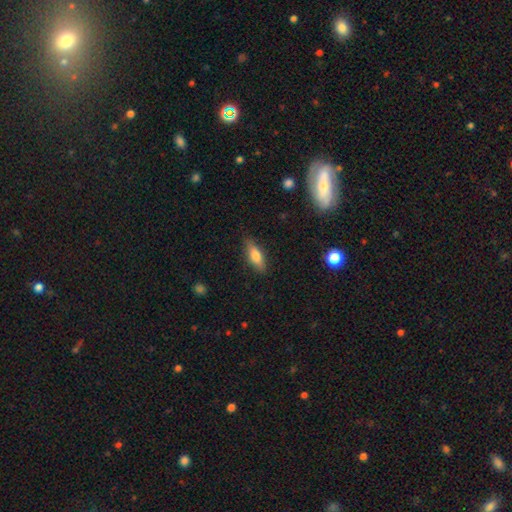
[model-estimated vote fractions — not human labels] Smooth or featured? smooth (72%)
How rounded? in between (58%)
Merging? none (83%)